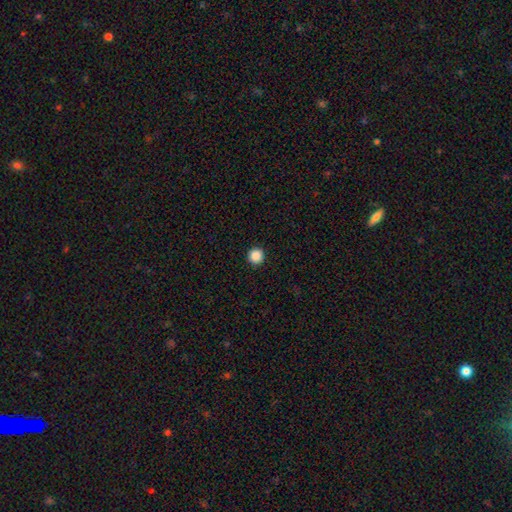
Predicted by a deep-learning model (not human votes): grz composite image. It shows a smooth galaxy with no disk features (88%) that is round (96%). Merging: none (94%).